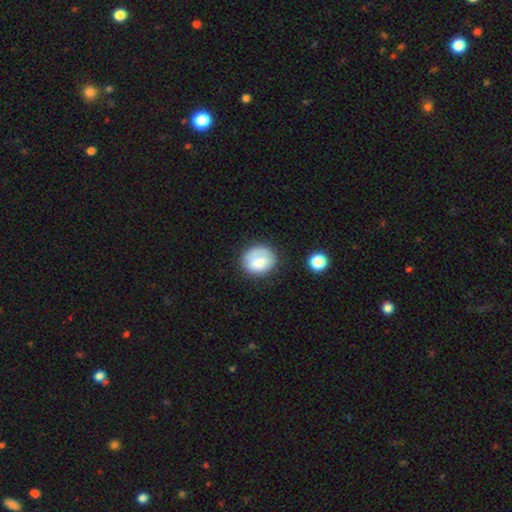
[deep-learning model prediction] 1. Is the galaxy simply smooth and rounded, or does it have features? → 78% smooth, 15% featured or disk, 8% star or artifact.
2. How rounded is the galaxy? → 73% round, 26% in between, 1% cigar-shaped.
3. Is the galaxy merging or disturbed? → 68% none, 20% minor disturbance, 8% major disturbance, 4% merger.